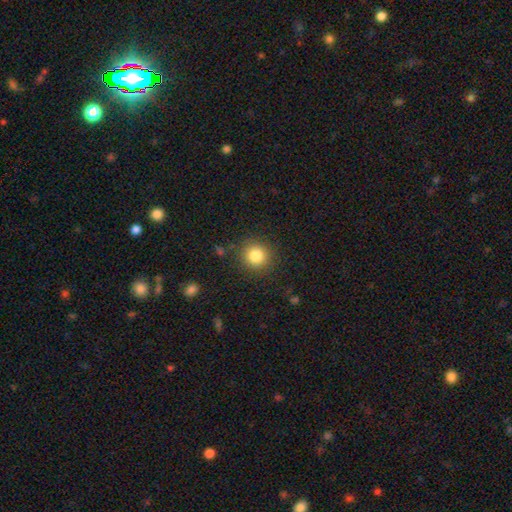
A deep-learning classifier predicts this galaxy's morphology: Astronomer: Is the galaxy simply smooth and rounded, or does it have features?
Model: smooth — 83%.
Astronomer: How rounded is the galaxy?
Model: round — 91%.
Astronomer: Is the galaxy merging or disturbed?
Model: none — 88%.